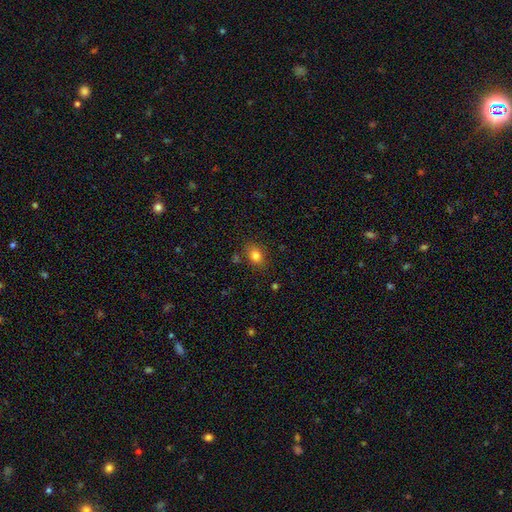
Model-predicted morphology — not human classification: A smooth galaxy with no disk features (80%) that is in between round and cigar-shaped (59%).

Vote fractions:
- Smooth or featured? smooth: 80% / star or artifact: 12% / featured or disk: 8%
- How rounded? in between: 59% / round: 39% / cigar-shaped: 1%
- Merging? none: 81% / minor disturbance: 12% / major disturbance: 3% / merger: 3%